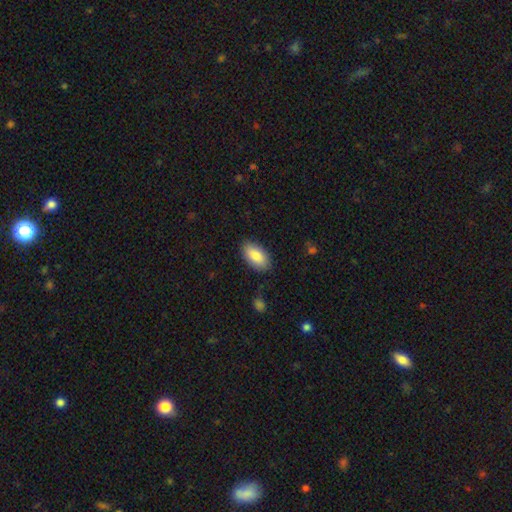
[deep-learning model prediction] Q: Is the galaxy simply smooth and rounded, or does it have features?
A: smooth — 84%.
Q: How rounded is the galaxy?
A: in between — 94%.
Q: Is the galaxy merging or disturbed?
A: none — 86%.